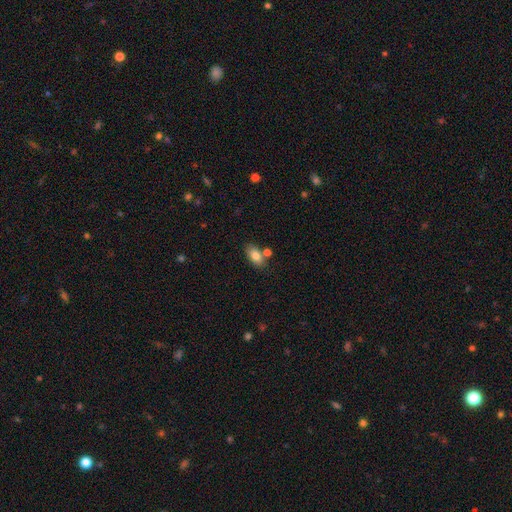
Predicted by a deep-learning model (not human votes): Smooth or featured? Predicted: smooth (p=0.81). How rounded? Predicted: in between (p=0.91). Merging? Predicted: none (p=0.70).